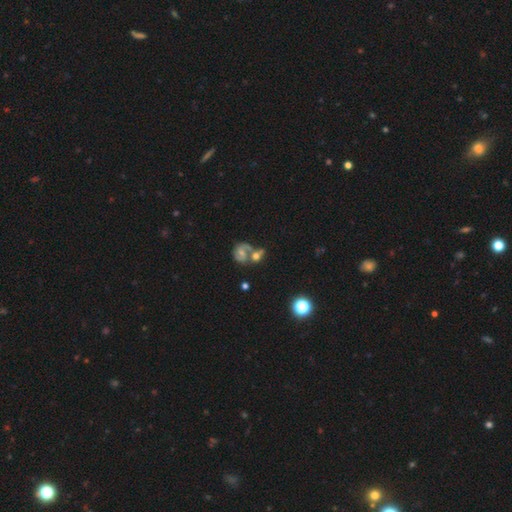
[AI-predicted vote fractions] featured or disk 49%, smooth 37%, star or artifact 14%. Down the decision tree: merging — merger (55%).